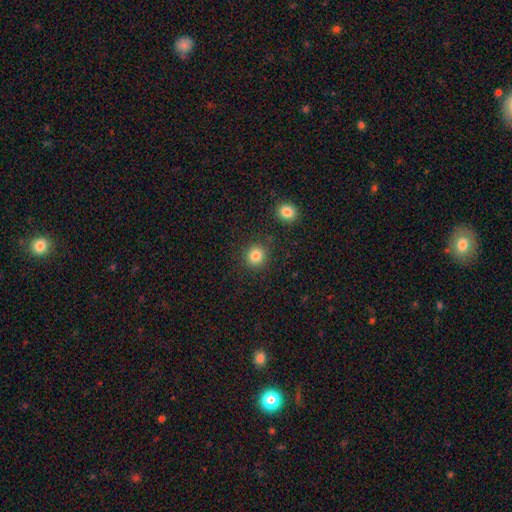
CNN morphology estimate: smooth_or_featured: smooth (p=0.84) [alt: star or artifact p=0.11]
how_rounded: round (p=0.91) [alt: in between p=0.08]
merging: none (p=0.87) [alt: minor disturbance p=0.07]